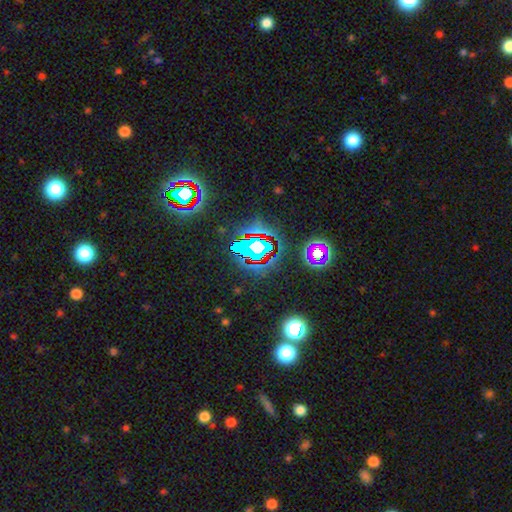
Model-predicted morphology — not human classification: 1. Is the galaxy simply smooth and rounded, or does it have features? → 78% star or artifact, 13% smooth, 9% featured or disk.